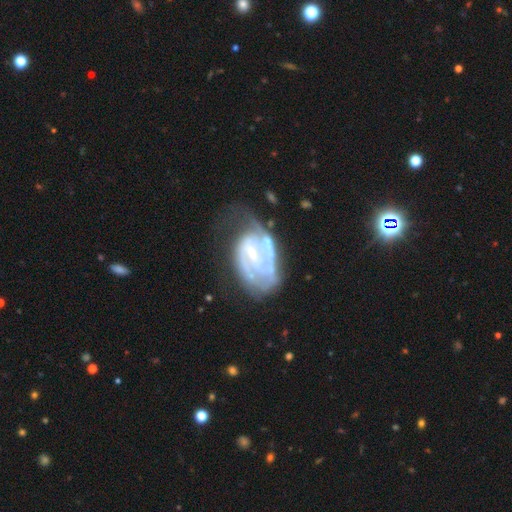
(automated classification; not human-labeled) smooth-or-featured: featured or disk: 83% | smooth: 10% | star or artifact: 6%
  disk-edge-on: no: 97% | yes: 3%
    bar: weak: 46% | no: 31% | strong: 22%
    has-spiral-arms: yes: 86% | no: 14%
      spiral-winding: tight: 47% | medium: 38% | loose: 15%
      spiral-arm-count: 2: 37% | can't tell: 32% | 1: 12% | 3: 12% | 4: 4% | more than 4: 3%
    bulge-size: small: 68% | moderate: 20% | none: 10% | large: 2% | dominant: 1%
  merging: major disturbance: 35% | none: 33% | minor disturbance: 26% | merger: 7%